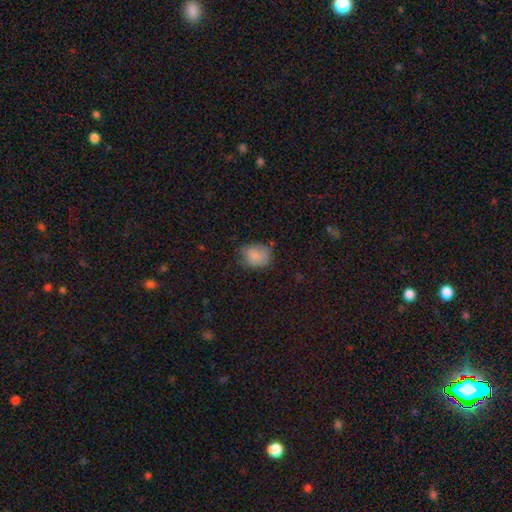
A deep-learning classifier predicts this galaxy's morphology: A smooth galaxy with no disk features (82%) that is in between round and cigar-shaped (56%).

Vote fractions:
- Smooth or featured? smooth: 82% / star or artifact: 10% / featured or disk: 8%
- How rounded? in between: 56% / round: 43% / cigar-shaped: 1%
- Merging? none: 56% / minor disturbance: 32% / major disturbance: 9% / merger: 2%